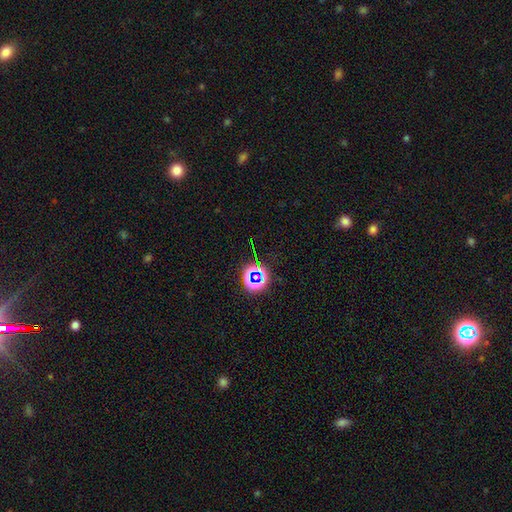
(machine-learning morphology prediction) Smooth or featured: star or artifact — 75% (smooth — 17%)